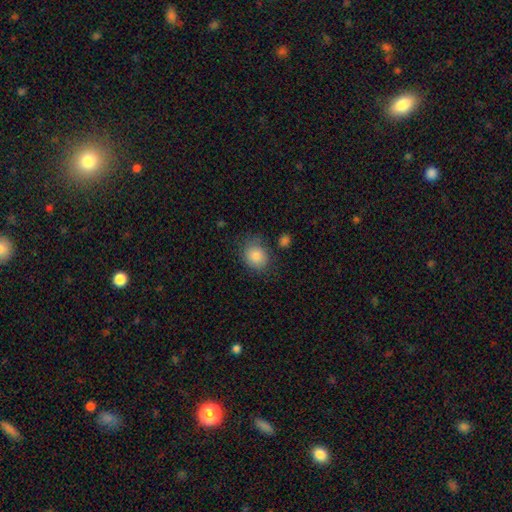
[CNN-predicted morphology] A smooth galaxy with no disk features (85%) that is round (66%). Merging: none (72%).